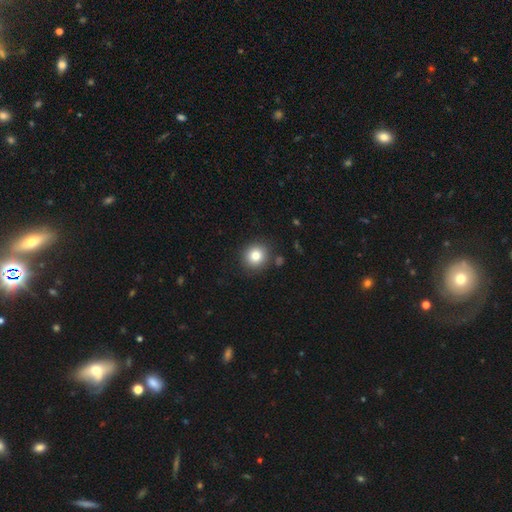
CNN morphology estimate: Smooth or featured? Predicted: smooth (p=0.81). How rounded? Predicted: round (p=0.90). Merging? Predicted: none (p=0.87).